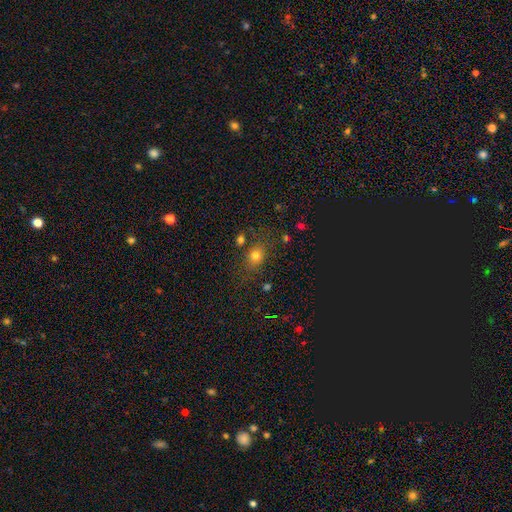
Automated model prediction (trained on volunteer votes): Morphology: type=smooth (75%); roundness=round (53%); merging=none (72%).